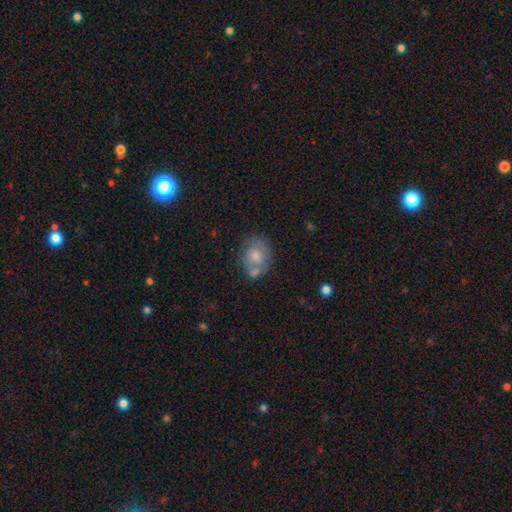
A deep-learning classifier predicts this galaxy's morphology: type=smooth (64%); roundness=in between (50%); merging=none (47%).